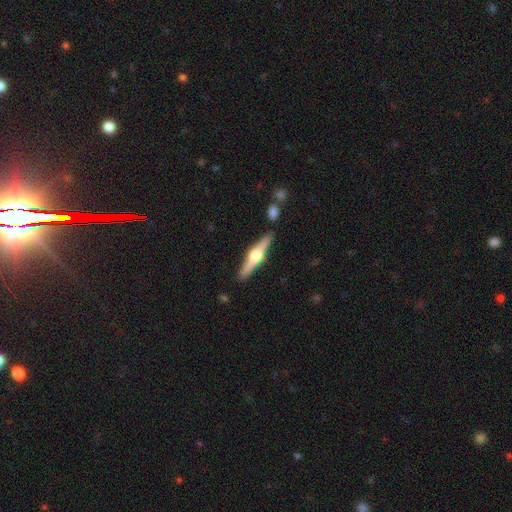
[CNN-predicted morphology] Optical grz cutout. It shows a featured or disk galaxy (72%) viewed edge-on (97%) with a rounded central bulge (94%). Merging: none (86%).